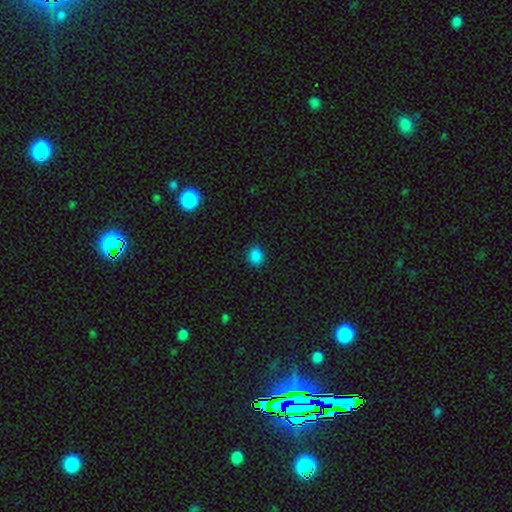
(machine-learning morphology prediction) Smooth or featured? Predicted: smooth (p=0.85). How rounded? Predicted: round (p=0.52). Merging? Predicted: none (p=0.88).